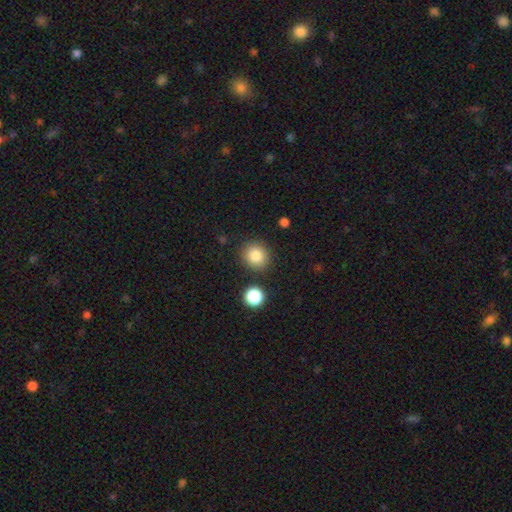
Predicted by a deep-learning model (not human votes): smooth_or_featured: smooth (p=0.84) [alt: star or artifact p=0.10]
how_rounded: round (p=0.87) [alt: in between p=0.12]
merging: none (p=0.86) [alt: minor disturbance p=0.07]